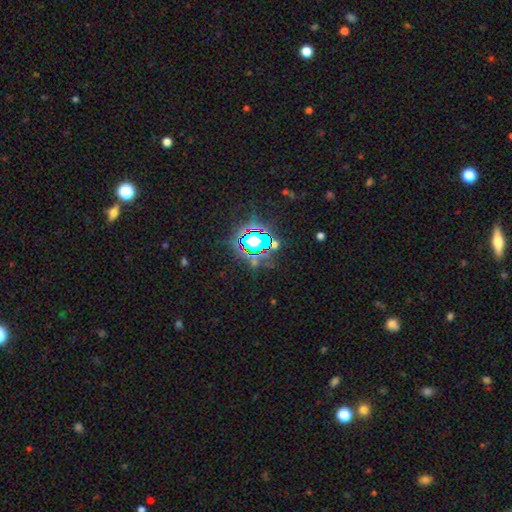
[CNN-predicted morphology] Smooth or featured? Predicted: star or artifact (p=0.74).